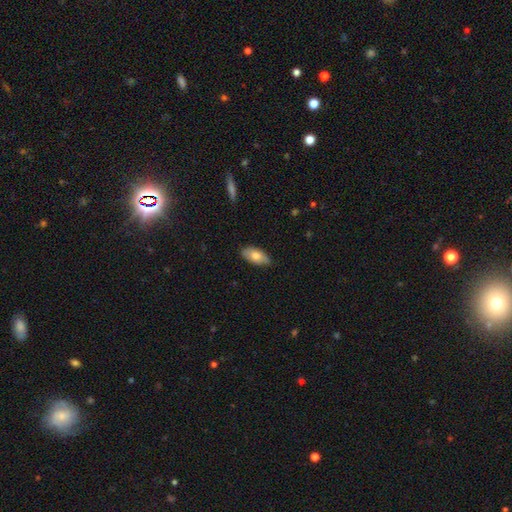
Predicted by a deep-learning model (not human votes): Smooth or featured? Predicted: smooth (p=0.75). How rounded? Predicted: in between (p=0.90). Merging? Predicted: none (p=0.83).